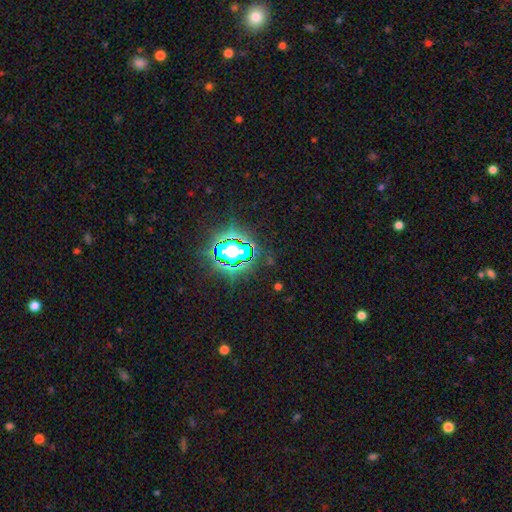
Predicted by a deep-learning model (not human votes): Smooth or featured? Predicted: star or artifact (p=0.81).